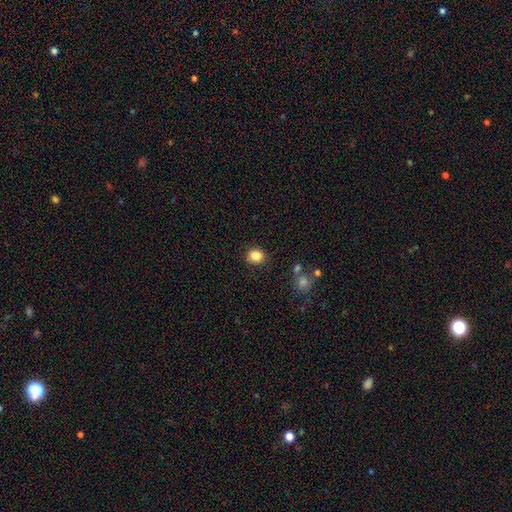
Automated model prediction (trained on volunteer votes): Q: Smooth or featured?
A: smooth (86%); runner-up: star or artifact (10%)
Q: How rounded?
A: round (67%); runner-up: in between (32%)
Q: Merging?
A: none (84%); runner-up: minor disturbance (11%)